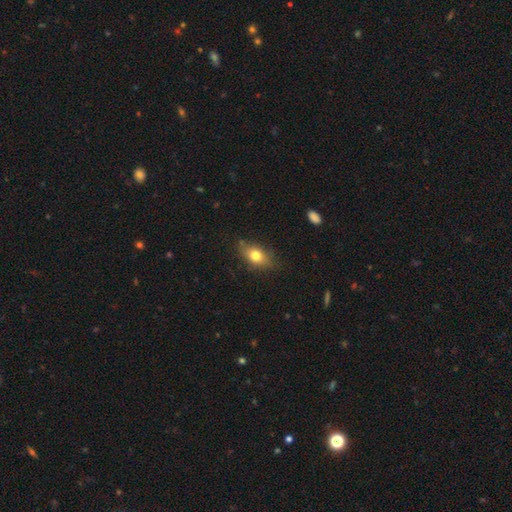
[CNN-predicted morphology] A smooth galaxy with no disk features (76%) that is in between round and cigar-shaped (78%).

Vote fractions:
- Smooth or featured? smooth: 76% / featured or disk: 15% / star or artifact: 9%
- How rounded? in between: 78% / round: 19% / cigar-shaped: 4%
- Merging? none: 71% / minor disturbance: 22% / major disturbance: 5% / merger: 2%